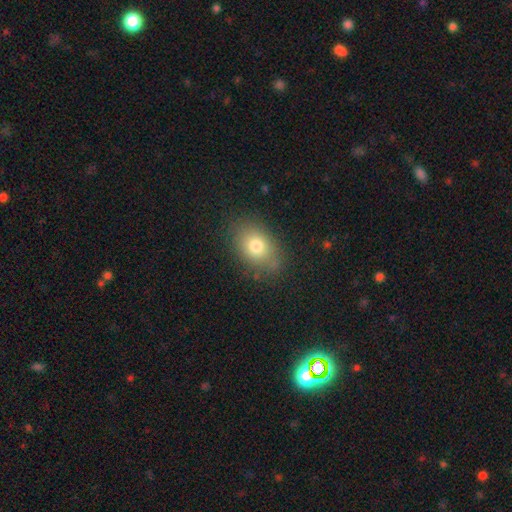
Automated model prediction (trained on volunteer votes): Smooth or featured? smooth (71%)
How rounded? in between (72%)
Merging? none (84%)